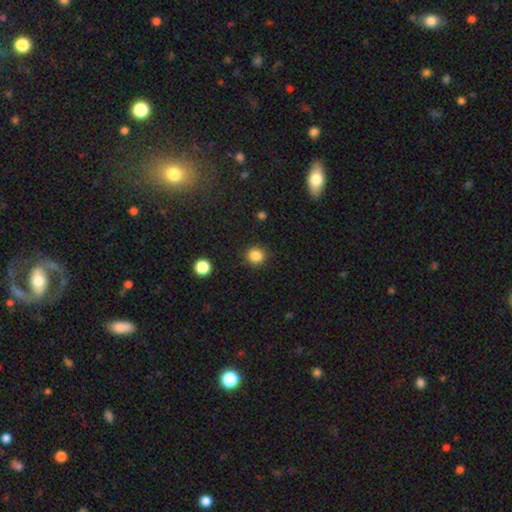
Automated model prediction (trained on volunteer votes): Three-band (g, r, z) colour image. It shows a smooth galaxy with no disk features (85%) that is round (88%). Merging: none (89%).